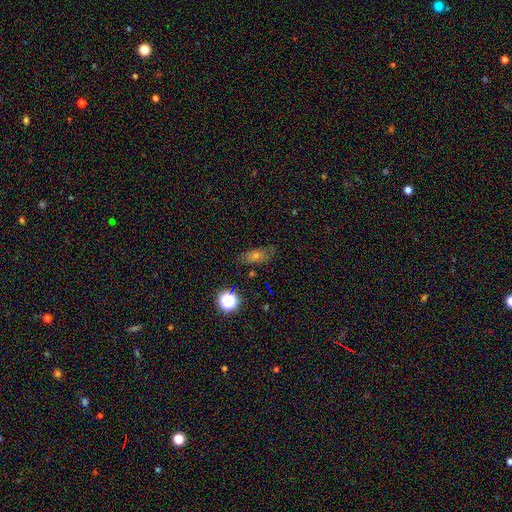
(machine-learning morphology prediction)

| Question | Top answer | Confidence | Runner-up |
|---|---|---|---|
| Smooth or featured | smooth | 49% | star or artifact (26%) |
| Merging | none | 77% | minor disturbance (16%) |